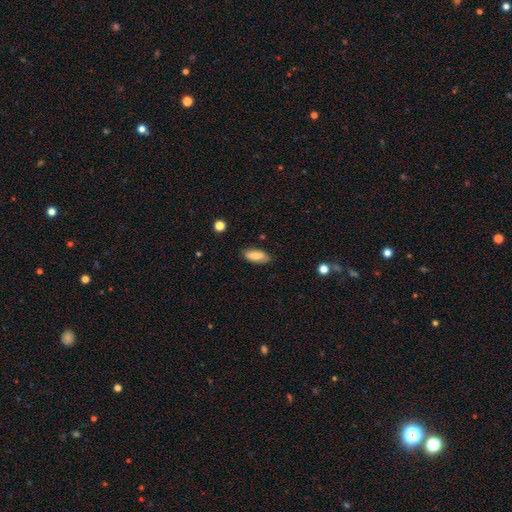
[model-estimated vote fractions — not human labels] Smooth or featured? Predicted: smooth (p=0.81). How rounded? Predicted: in between (p=0.83). Merging? Predicted: none (p=0.84).